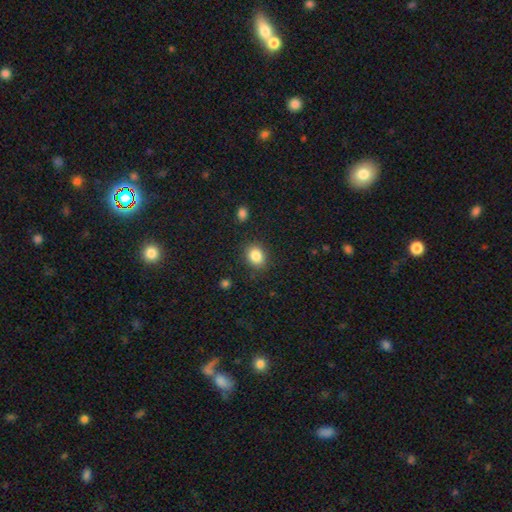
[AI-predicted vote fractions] A smooth galaxy with no disk features (85%) that is in between round and cigar-shaped (52%). Merging: none (85%).